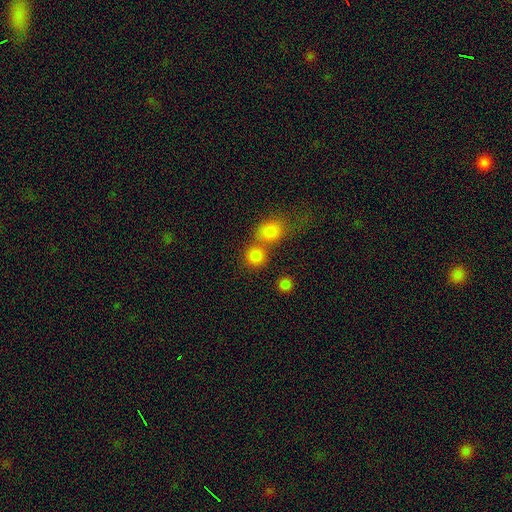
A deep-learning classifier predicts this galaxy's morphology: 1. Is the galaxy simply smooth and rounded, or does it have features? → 82% smooth, 12% star or artifact, 6% featured or disk.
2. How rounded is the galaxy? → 85% round, 14% in between, 1% cigar-shaped.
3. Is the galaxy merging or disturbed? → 52% none, 38% merger, 7% minor disturbance, 4% major disturbance.